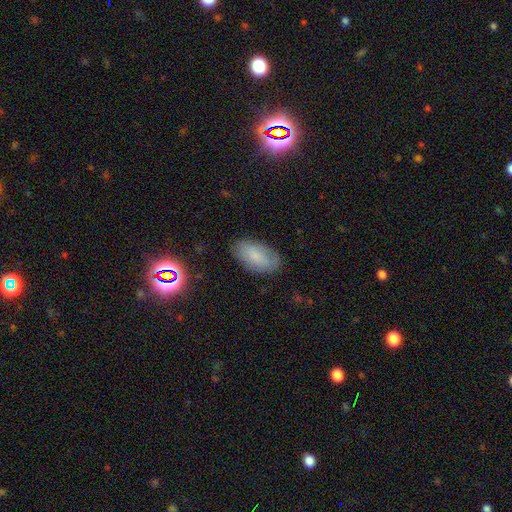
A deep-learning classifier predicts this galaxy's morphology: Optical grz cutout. It shows a smooth galaxy with no disk features (76%) that is in between round and cigar-shaped (93%). Merging: none (80%).